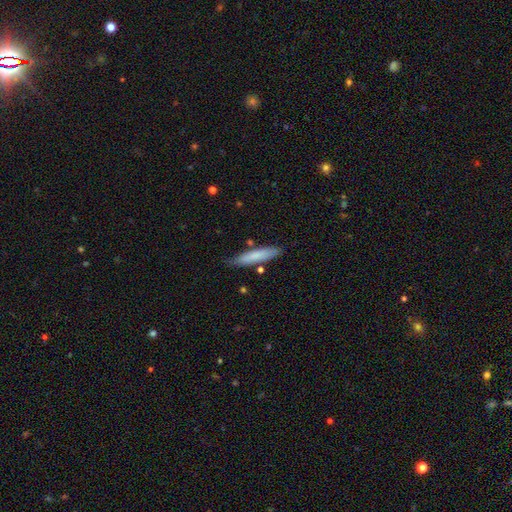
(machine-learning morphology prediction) The model was most divided on "smooth or featured": smooth: 77%, featured or disk: 17%, star or artifact: 6%. More confident: how rounded — cigar-shaped (86%); merging — none (78%).